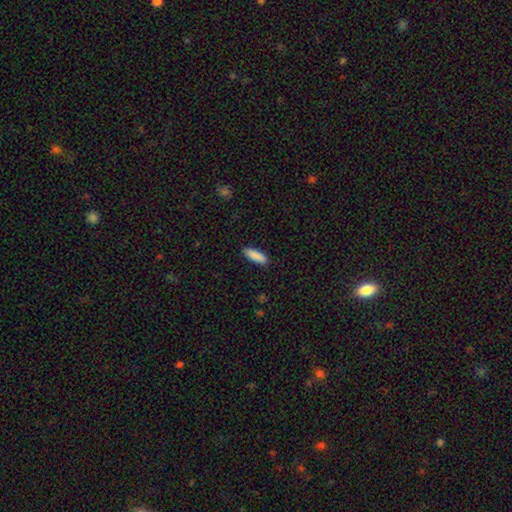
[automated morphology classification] This is clearly a smooth galaxy (89%). How rounded: possibly cigar-shaped (50%). Merging: clearly none (90%).